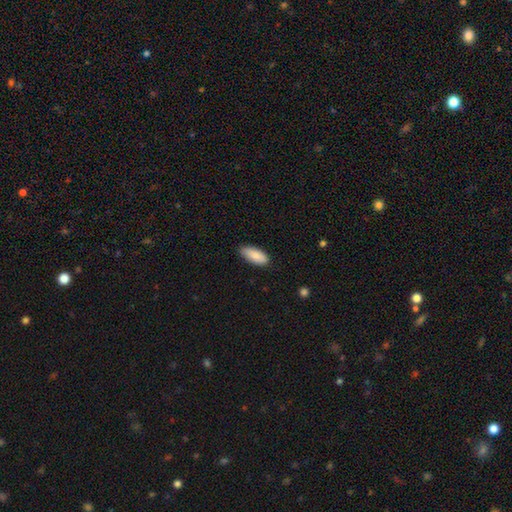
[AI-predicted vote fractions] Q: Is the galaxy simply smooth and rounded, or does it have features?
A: smooth — 89%.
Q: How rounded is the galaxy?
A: in between — 85%.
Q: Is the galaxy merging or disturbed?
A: none — 82%.